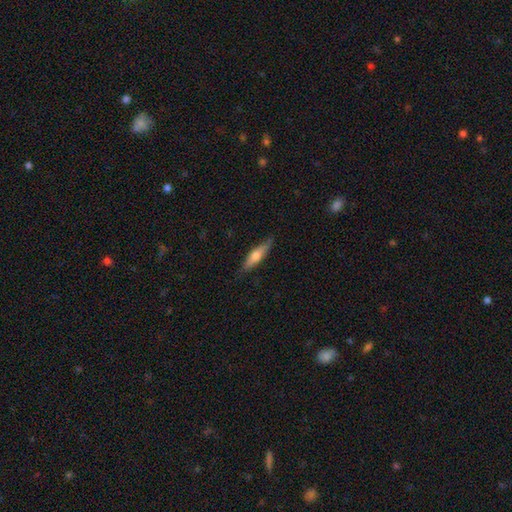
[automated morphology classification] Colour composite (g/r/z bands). It shows a smooth galaxy with no disk features (60%) that is cigar-shaped (71%). Merging: none (80%).